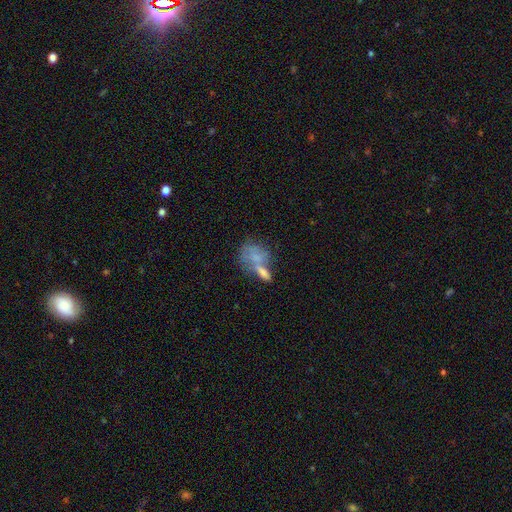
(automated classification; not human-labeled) Smooth or featured? smooth (63%)
How rounded? in between (65%)
Merging? merger (49%)